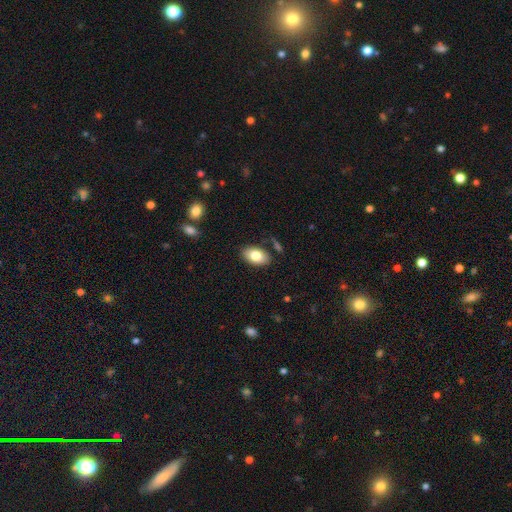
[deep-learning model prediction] Smooth or featured? smooth (80%)
How rounded? in between (92%)
Merging? none (84%)